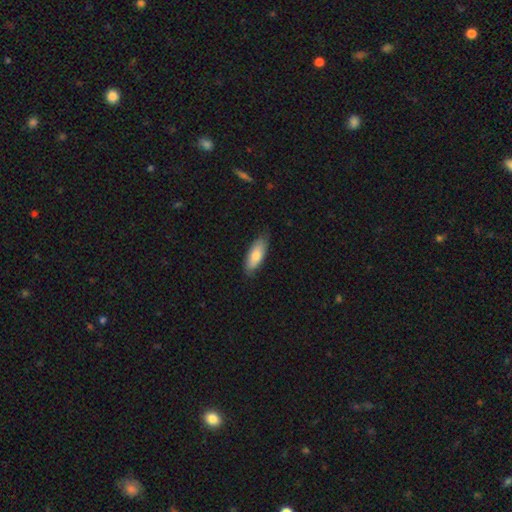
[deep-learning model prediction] The model was most divided on "how rounded": in between: 74%, cigar-shaped: 24%, round: 2%. More confident: merging — none (80%); smooth or featured — smooth (77%).